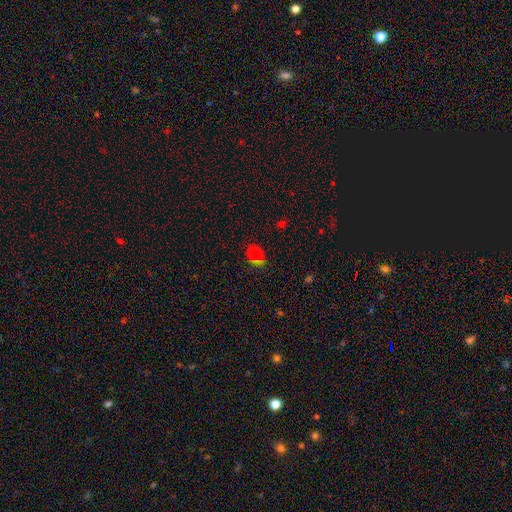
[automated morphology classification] Smooth or featured?
  - smooth: 62% *
  - star or artifact: 30%
  - featured or disk: 7%
How rounded?
  - in between: 57% *
  - round: 40%
  - cigar-shaped: 3%
Merging?
  - none: 81% *
  - minor disturbance: 12%
  - major disturbance: 4%
  - merger: 3%